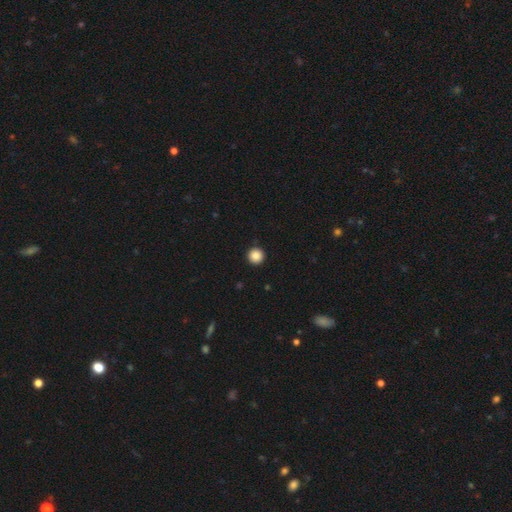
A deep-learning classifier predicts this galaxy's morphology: Smooth or featured? smooth (87%)
How rounded? round (96%)
Merging? none (93%)